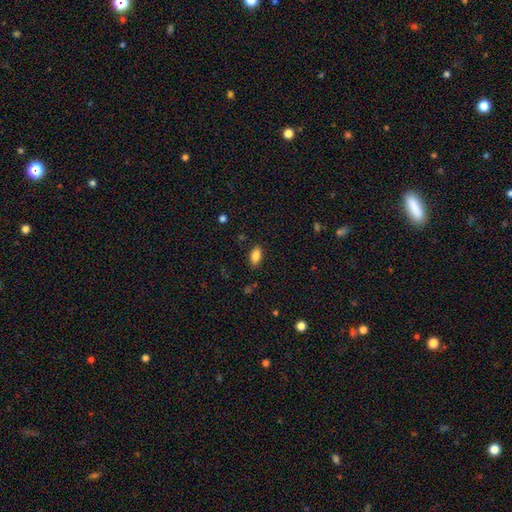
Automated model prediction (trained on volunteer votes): smooth 86%, star or artifact 9%, featured or disk 6%. Down the decision tree: how rounded — in between (91%); merging — none (85%).